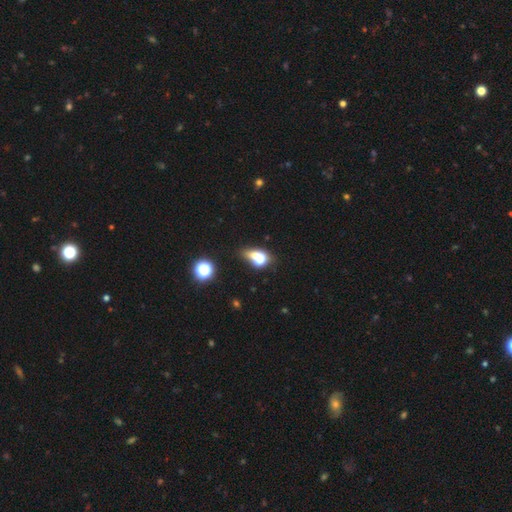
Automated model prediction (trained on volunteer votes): Q: Smooth or featured?
A: smooth (65%); runner-up: star or artifact (19%)
Q: How rounded?
A: in between (58%); runner-up: round (35%)
Q: Merging?
A: none (36%); runner-up: merger (25%)